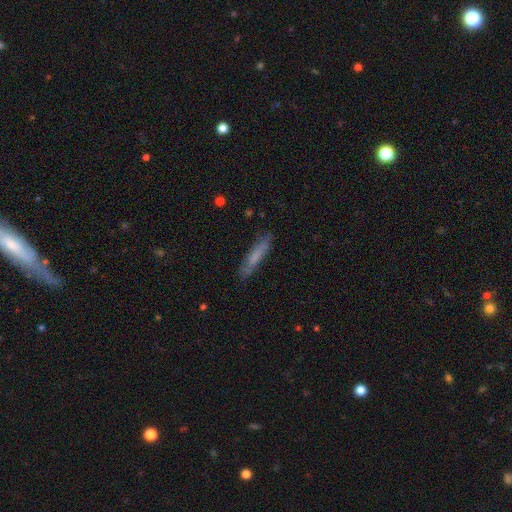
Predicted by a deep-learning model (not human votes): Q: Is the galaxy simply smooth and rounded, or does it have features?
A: smooth — 61%.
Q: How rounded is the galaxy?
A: cigar-shaped — 88%.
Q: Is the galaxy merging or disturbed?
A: none — 82%.